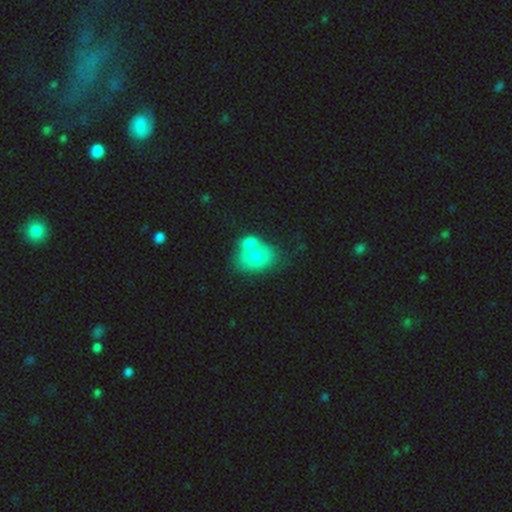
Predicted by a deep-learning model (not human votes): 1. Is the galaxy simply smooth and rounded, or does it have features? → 64% smooth, 27% featured or disk, 9% star or artifact.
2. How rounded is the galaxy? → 53% in between, 46% round, 1% cigar-shaped.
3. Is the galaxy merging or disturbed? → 61% merger, 22% none, 10% minor disturbance, 6% major disturbance.